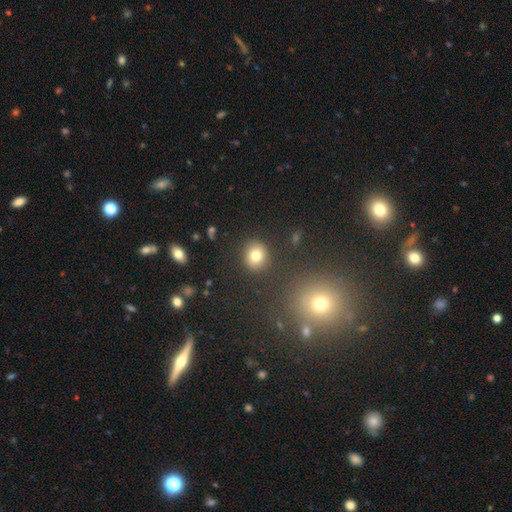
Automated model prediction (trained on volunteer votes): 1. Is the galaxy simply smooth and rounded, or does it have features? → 79% smooth, 12% star or artifact, 9% featured or disk.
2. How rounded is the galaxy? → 78% round, 21% in between, 1% cigar-shaped.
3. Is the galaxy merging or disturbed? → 87% none, 7% minor disturbance, 3% major disturbance, 2% merger.